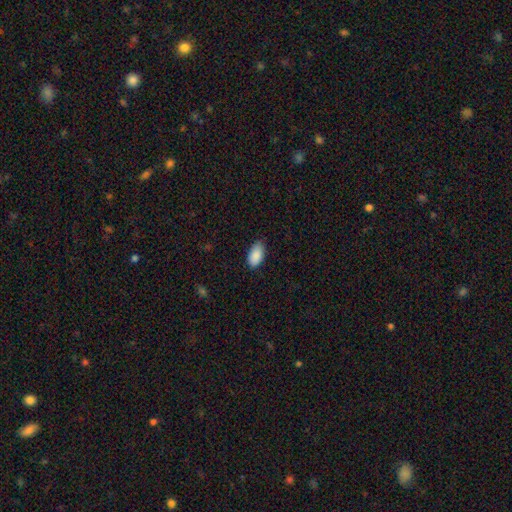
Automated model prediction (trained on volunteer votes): Smooth or featured? Predicted: smooth (p=0.90). How rounded? Predicted: in between (p=0.94). Merging? Predicted: none (p=0.74).